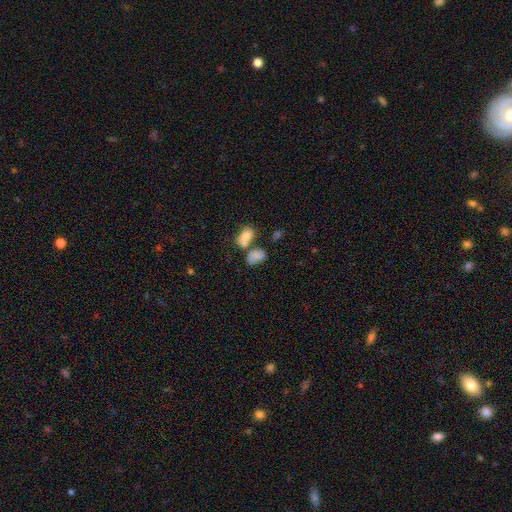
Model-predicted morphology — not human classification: Smooth or featured?
  - smooth: 76% *
  - featured or disk: 14%
  - star or artifact: 10%
How rounded?
  - in between: 86% *
  - round: 12%
  - cigar-shaped: 2%
Merging?
  - merger: 47% *
  - none: 31%
  - minor disturbance: 14%
  - major disturbance: 7%